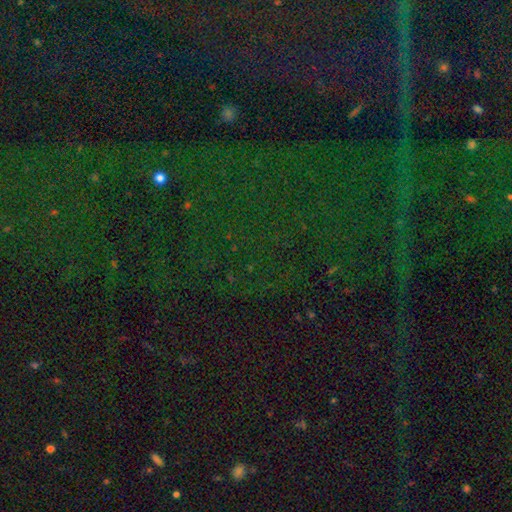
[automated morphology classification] smooth_or_featured: star or artifact (p=0.83) [alt: smooth p=0.10]